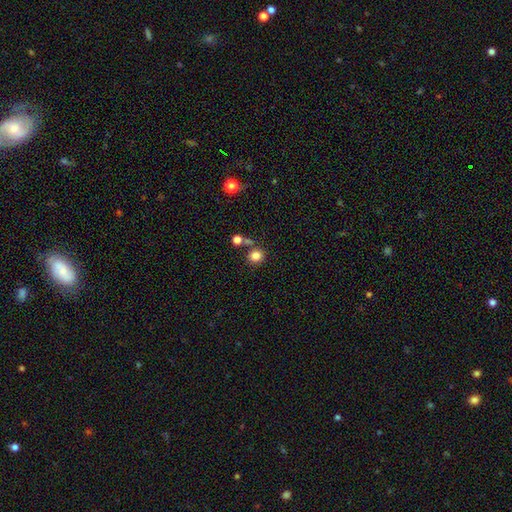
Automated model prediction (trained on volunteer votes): This appears to be a smooth galaxy with no disk features (82%) that is round (87%). Merging: none (74%).